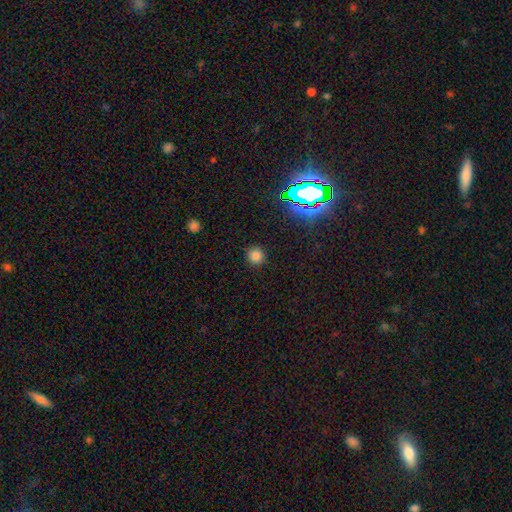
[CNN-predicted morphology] Smooth or featured? Predicted: smooth (p=0.78). How rounded? Predicted: round (p=0.93). Merging? Predicted: none (p=0.89).